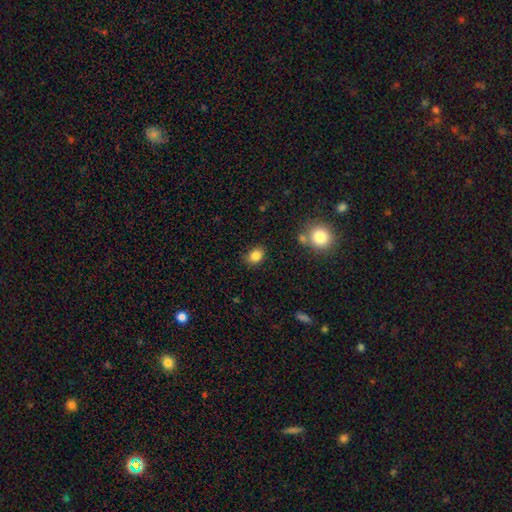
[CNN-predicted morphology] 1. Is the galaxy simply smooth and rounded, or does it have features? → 85% smooth, 10% star or artifact, 5% featured or disk.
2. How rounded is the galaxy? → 57% in between, 42% round, 1% cigar-shaped.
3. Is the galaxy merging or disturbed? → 79% none, 15% minor disturbance, 3% major disturbance, 3% merger.